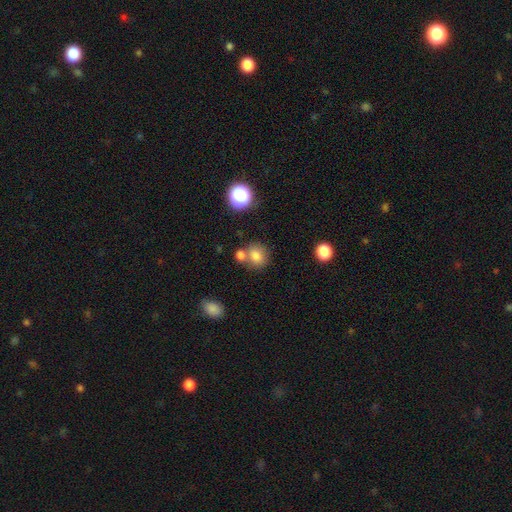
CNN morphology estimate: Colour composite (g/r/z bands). It shows a smooth galaxy with no disk features (79%) that is round (73%). Merging: none (59%).